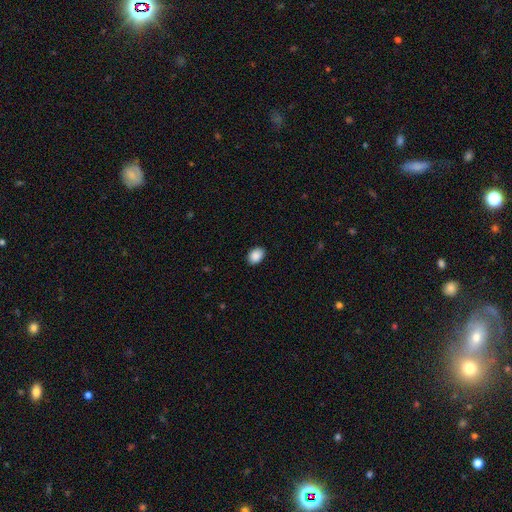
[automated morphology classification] Smooth or featured: smooth — 90% (star or artifact — 8%)
How rounded: in between — 79% (round — 20%)
Merging: none — 88% (minor disturbance — 9%)